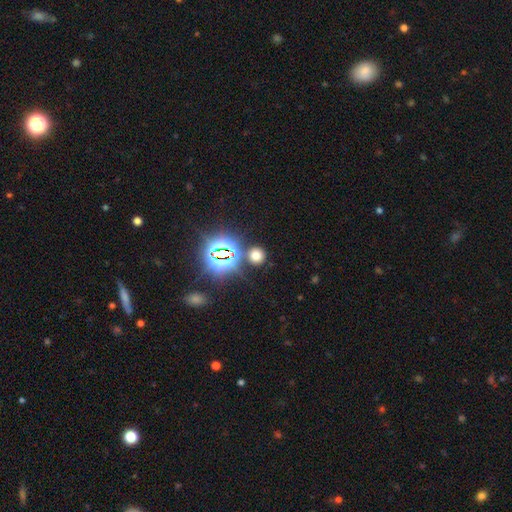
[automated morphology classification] Smooth or featured: smooth — 61% (star or artifact — 32%)
How rounded: round — 88% (in between — 11%)
Merging: none — 82% (minor disturbance — 8%)